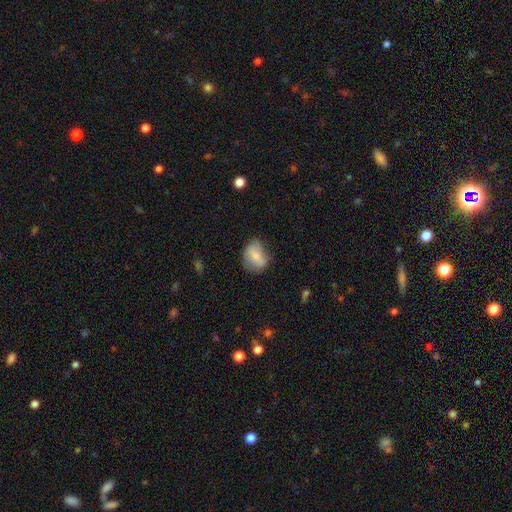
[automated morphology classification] This appears to be a smooth galaxy with no disk features (69%) that is in between round and cigar-shaped (63%). Merging: none (48%).